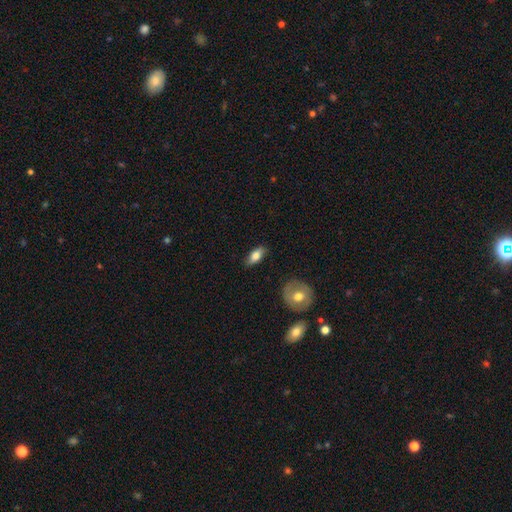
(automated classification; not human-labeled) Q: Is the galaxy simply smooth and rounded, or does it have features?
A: smooth — 74%.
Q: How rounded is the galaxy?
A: in between — 82%.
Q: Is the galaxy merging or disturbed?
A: none — 84%.